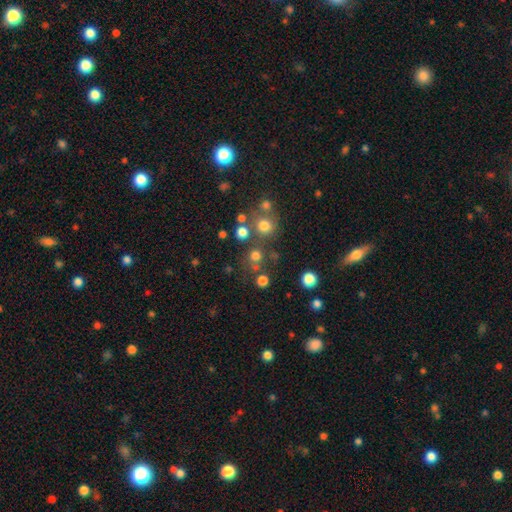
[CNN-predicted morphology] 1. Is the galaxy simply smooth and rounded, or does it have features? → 72% smooth, 20% star or artifact, 8% featured or disk.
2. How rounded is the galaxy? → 92% round, 7% in between, 1% cigar-shaped.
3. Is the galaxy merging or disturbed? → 72% none, 16% merger, 8% minor disturbance, 4% major disturbance.